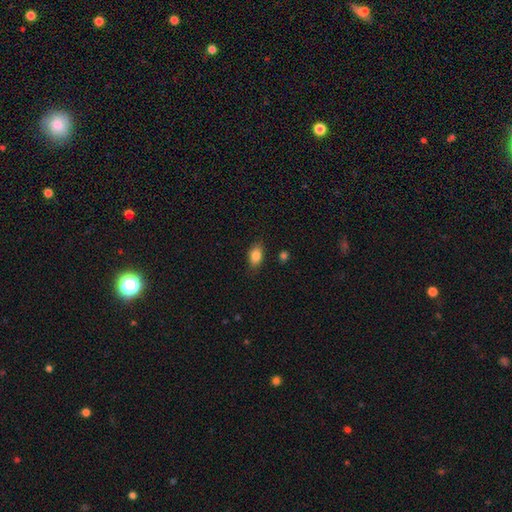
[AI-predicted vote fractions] A smooth galaxy with no disk features (84%) that is in between round and cigar-shaped (87%). Merging: none (83%).